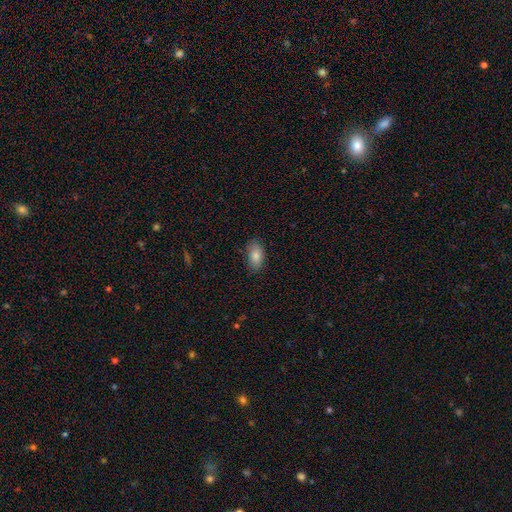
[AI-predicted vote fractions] Morphology: type=smooth (83%); roundness=in between (92%); merging=none (85%).